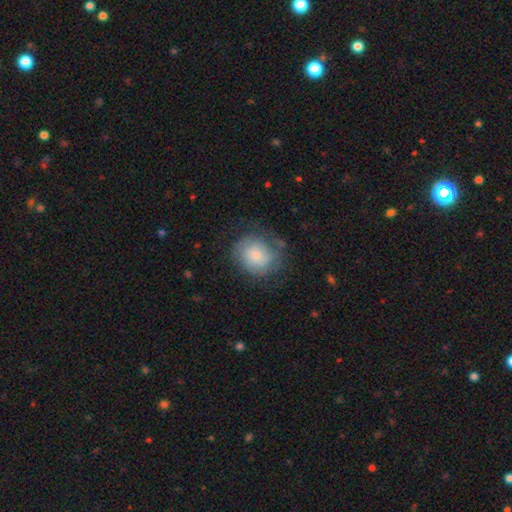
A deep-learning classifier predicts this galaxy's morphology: Overall: smooth (52%; featured or disk 39%). How rounded: round (70%). Merging: none (65%).